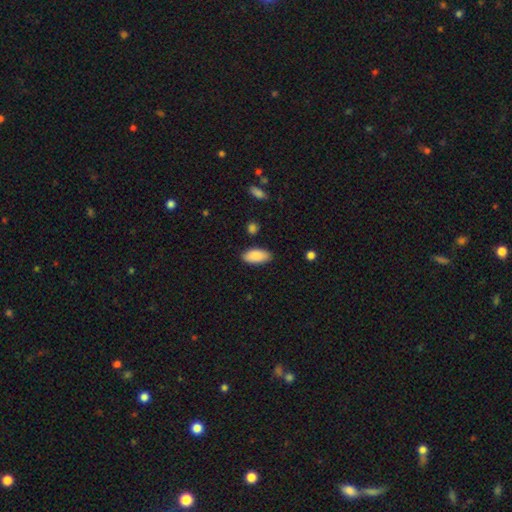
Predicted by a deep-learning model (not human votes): This is clearly a smooth galaxy (89%). How rounded: clearly in between (91%). Merging: clearly none (85%).